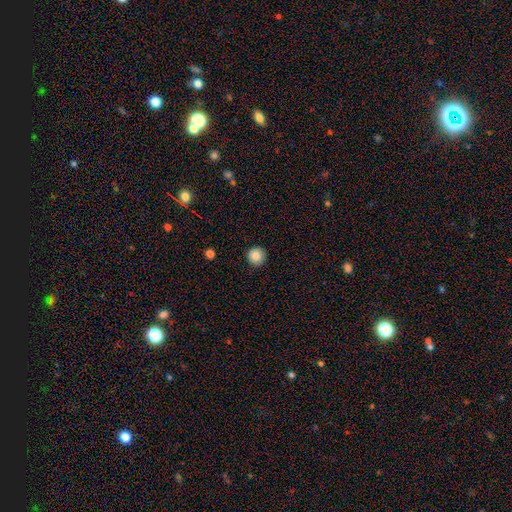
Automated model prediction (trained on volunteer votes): Smooth or featured? Predicted: smooth (p=0.87). How rounded? Predicted: round (p=0.95). Merging? Predicted: none (p=0.90).